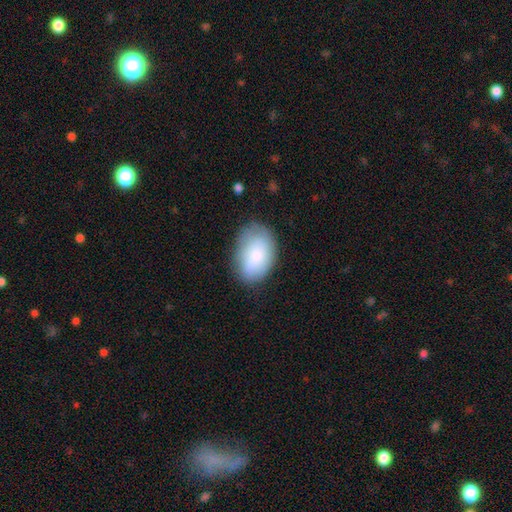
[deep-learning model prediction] Q: Smooth or featured?
A: smooth (81%); runner-up: featured or disk (12%)
Q: How rounded?
A: in between (88%); runner-up: round (11%)
Q: Merging?
A: none (69%); runner-up: minor disturbance (22%)